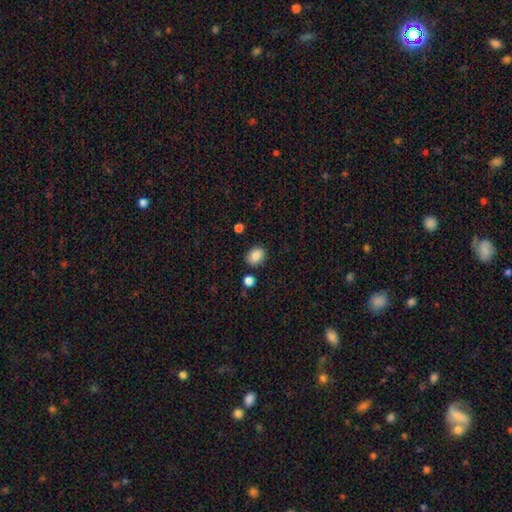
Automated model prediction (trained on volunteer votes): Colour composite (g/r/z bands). It shows a smooth galaxy with no disk features (85%) that is in between round and cigar-shaped (50%). Merging: none (84%).